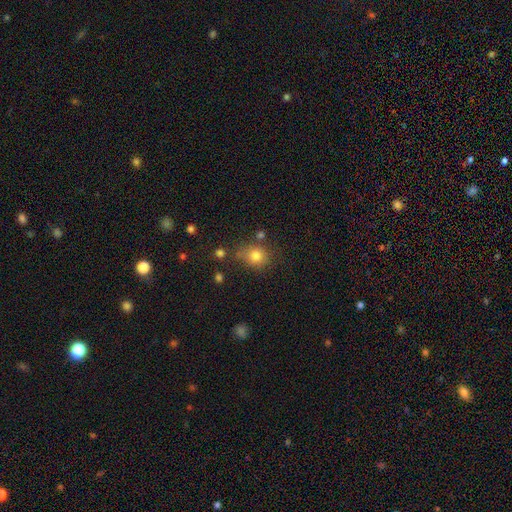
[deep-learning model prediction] Overall: smooth (80%). How rounded: round (75%). Merging: none (67%).